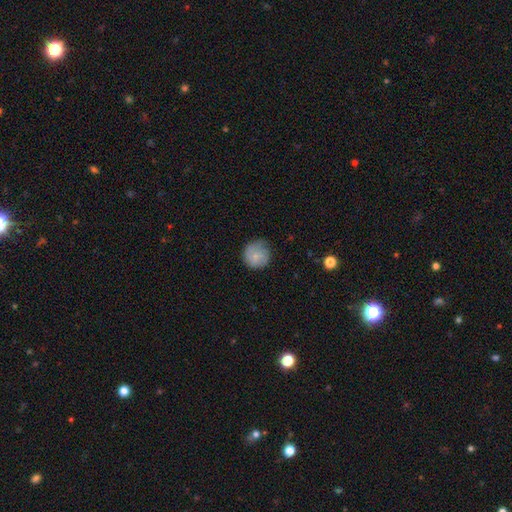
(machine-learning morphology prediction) Smooth or featured? Predicted: smooth (p=0.71). How rounded? Predicted: round (p=0.90). Merging? Predicted: none (p=0.63).